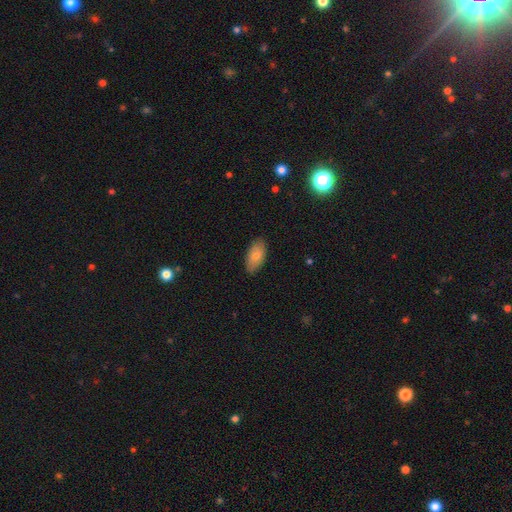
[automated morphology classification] smooth_or_featured: smooth (p=0.77) [alt: featured or disk p=0.16]
how_rounded: in between (p=0.93) [alt: cigar-shaped p=0.04]
merging: none (p=0.86) [alt: minor disturbance p=0.11]